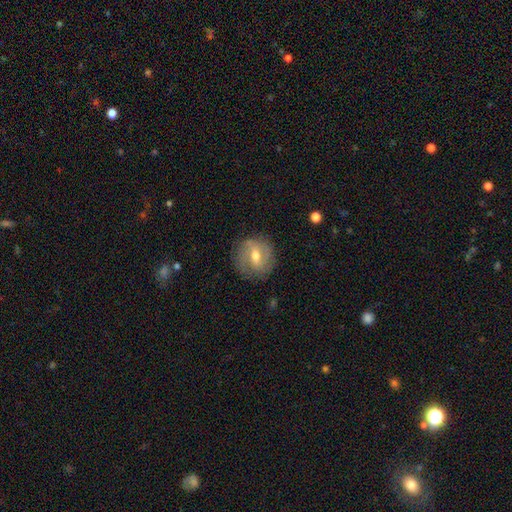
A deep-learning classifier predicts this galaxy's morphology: This is likely a featured or disk galaxy (64%). It is clearly not viewed edge-on (94%). Bar: possibly weak (51%). Spiral arm pattern: likely yes (72%). Central bulge: likely moderate (74%). Merging: likely none (79%).